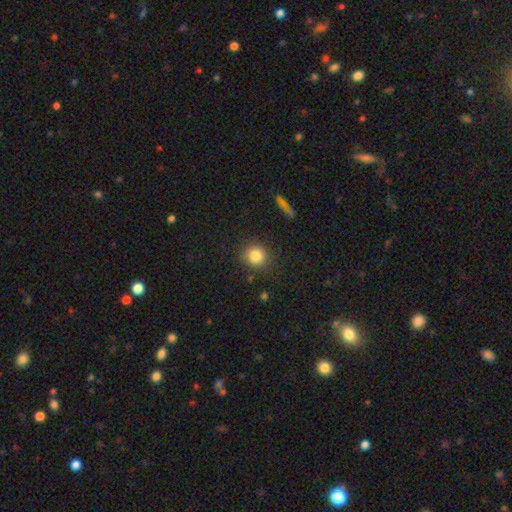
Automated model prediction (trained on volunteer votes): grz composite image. It shows a smooth galaxy with no disk features (83%) that is round (86%). Merging: none (84%).